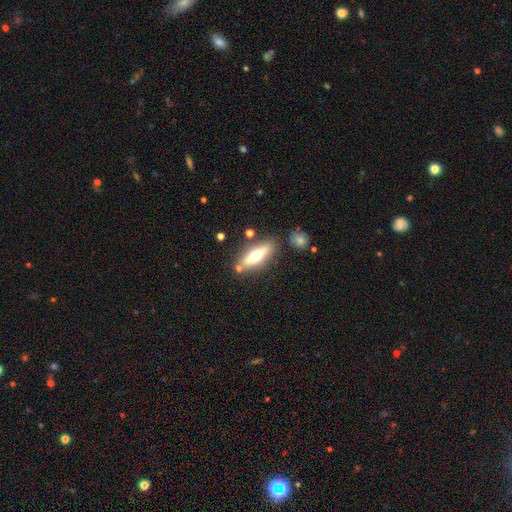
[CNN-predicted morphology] type=smooth (47%); merging=none (77%).